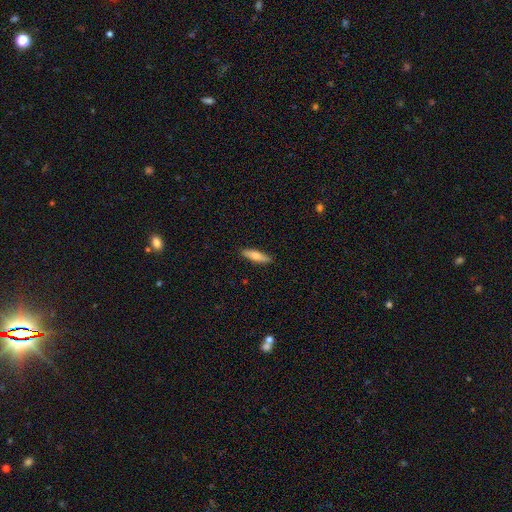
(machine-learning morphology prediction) This appears to be a smooth galaxy with no disk features (74%) that is cigar-shaped (65%). Merging: none (89%).